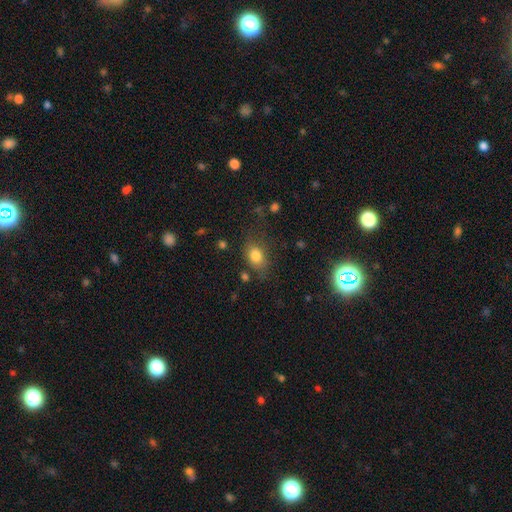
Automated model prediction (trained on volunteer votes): Smooth or featured? Predicted: smooth (p=0.81). How rounded? Predicted: in between (p=0.70). Merging? Predicted: none (p=0.67).